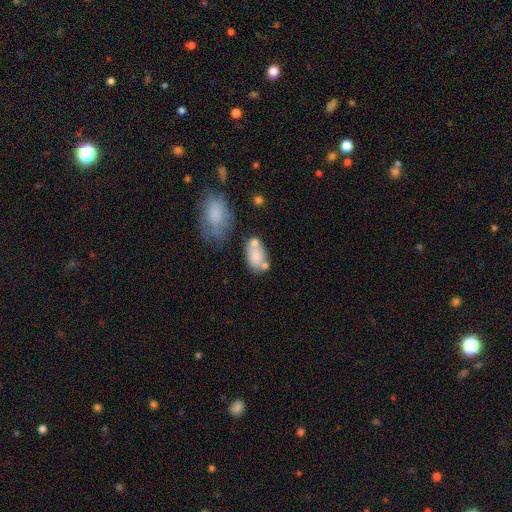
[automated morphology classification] Smooth or featured: smooth — 74% (featured or disk — 18%)
How rounded: in between — 90% (round — 7%)
Merging: none — 45% (merger — 26%)